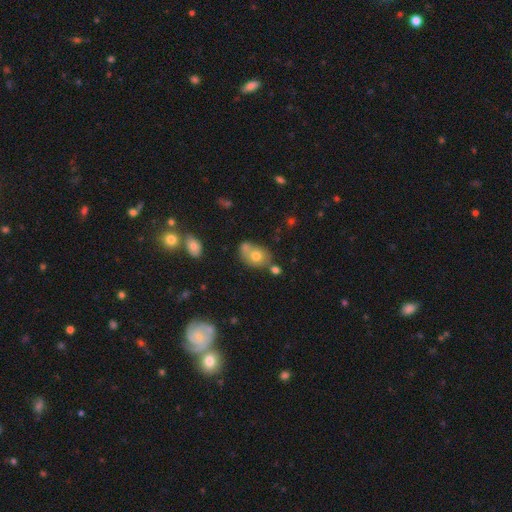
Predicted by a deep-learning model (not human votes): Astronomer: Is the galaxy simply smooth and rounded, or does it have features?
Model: smooth — 71%.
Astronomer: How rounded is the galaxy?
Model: in between — 59% (runner-up: round, 40%).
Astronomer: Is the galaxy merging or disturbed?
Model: none — 46% (runner-up: merger, 32%).